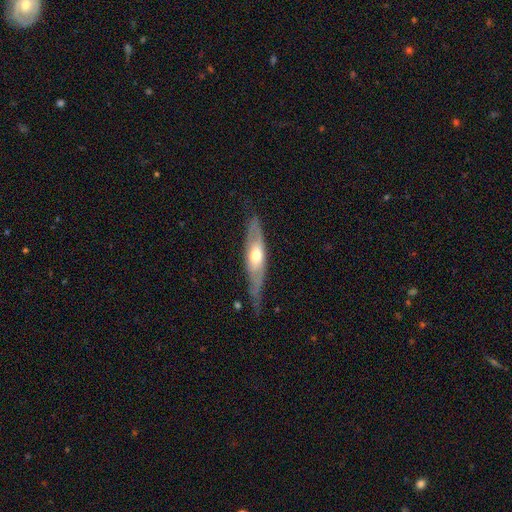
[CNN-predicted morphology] smooth-or-featured: featured or disk: 62% | smooth: 33% | star or artifact: 5%
  disk-edge-on: yes: 65% | no: 35%
  merging: none: 62% | minor disturbance: 27% | major disturbance: 9% | merger: 2%